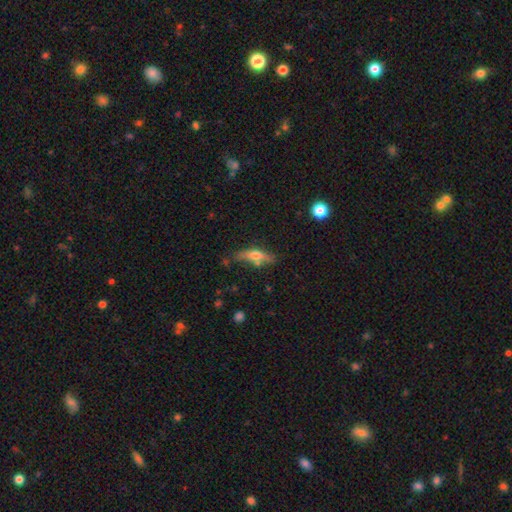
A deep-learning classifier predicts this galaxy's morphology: smooth-or-featured: smooth: 47% | featured or disk: 45% | star or artifact: 8%
  merging: none: 64% | minor disturbance: 21% | merger: 9% | major disturbance: 6%